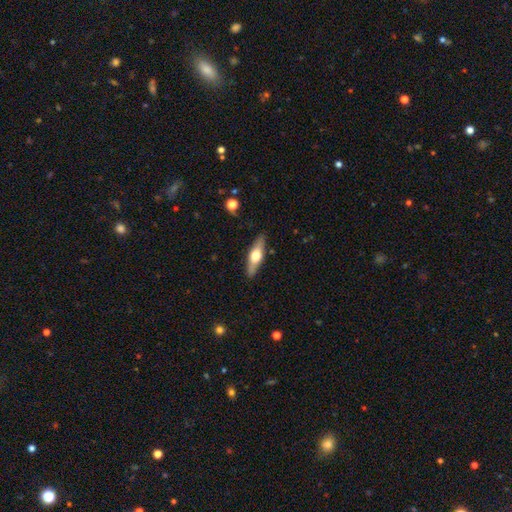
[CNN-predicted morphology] Smooth or featured?
  - featured or disk: 50% *
  - smooth: 44%
  - star or artifact: 6%
Edge-on disk?
  - yes: 88% *
  - no: 12%
Merging?
  - none: 86% *
  - minor disturbance: 10%
  - major disturbance: 2%
  - merger: 1%